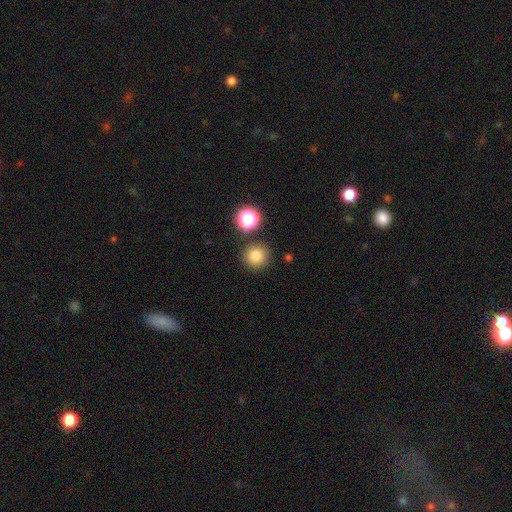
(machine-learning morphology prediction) Q: Smooth or featured?
A: smooth (80%); runner-up: star or artifact (14%)
Q: How rounded?
A: round (94%); runner-up: in between (5%)
Q: Merging?
A: none (85%); runner-up: minor disturbance (7%)